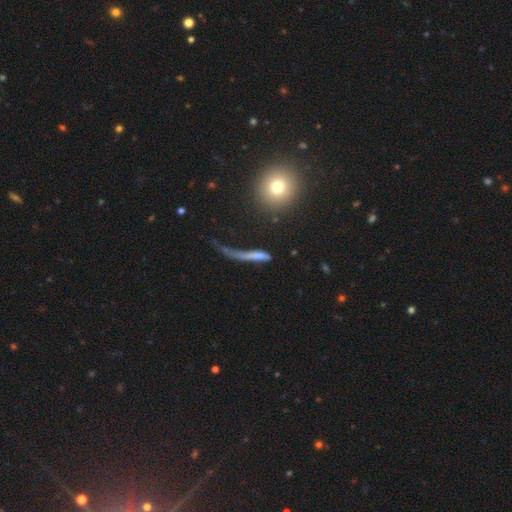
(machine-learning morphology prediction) Q: Smooth or featured?
A: smooth (59%); runner-up: featured or disk (29%)
Q: How rounded?
A: cigar-shaped (72%); runner-up: in between (19%)
Q: Merging?
A: major disturbance (42%); runner-up: none (30%)